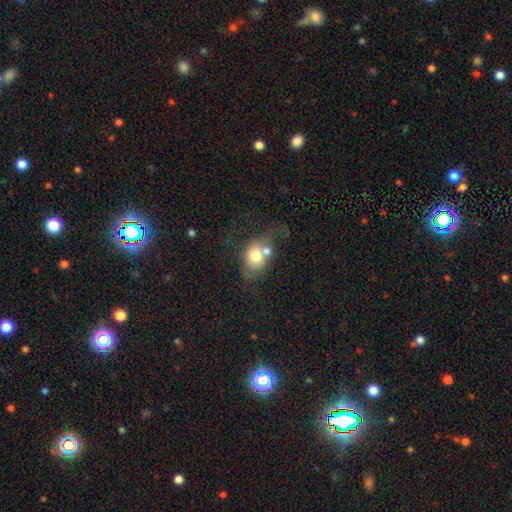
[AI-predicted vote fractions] A smooth galaxy with no disk features (67%) that is in between round and cigar-shaped (53%).

Vote fractions:
- Smooth or featured? smooth: 67% / featured or disk: 24% / star or artifact: 9%
- How rounded? in between: 53% / round: 46% / cigar-shaped: 1%
- Merging? merger: 47% / none: 26% / minor disturbance: 14% / major disturbance: 13%